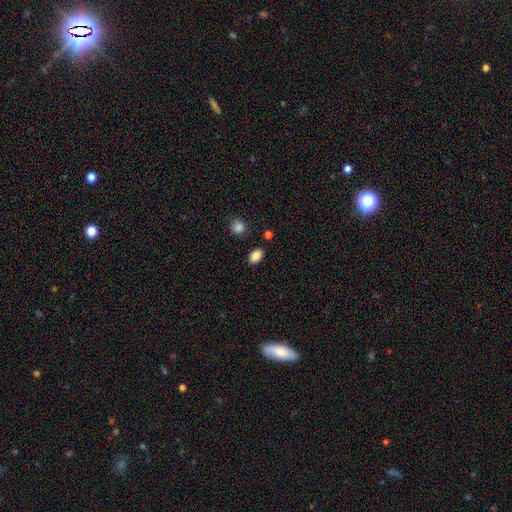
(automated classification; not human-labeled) A smooth galaxy with no disk features (87%) that is in between round and cigar-shaped (84%).

Vote fractions:
- Smooth or featured? smooth: 87% / star or artifact: 9% / featured or disk: 4%
- How rounded? in between: 84% / round: 15% / cigar-shaped: 1%
- Merging? none: 85% / minor disturbance: 10% / merger: 3% / major disturbance: 2%